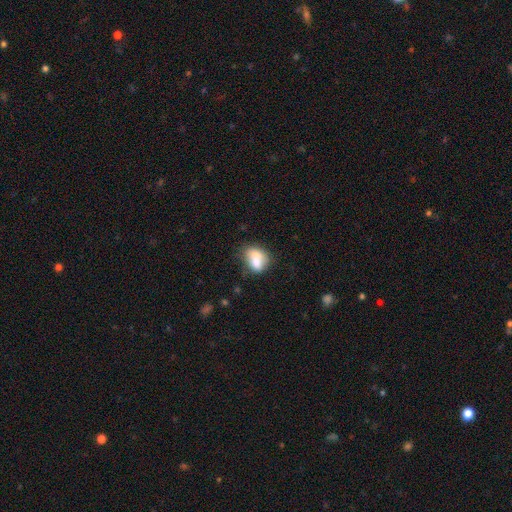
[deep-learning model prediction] Q: Smooth or featured?
A: smooth (69%); runner-up: featured or disk (22%)
Q: How rounded?
A: in between (66%); runner-up: round (31%)
Q: Merging?
A: none (38%); runner-up: merger (33%)